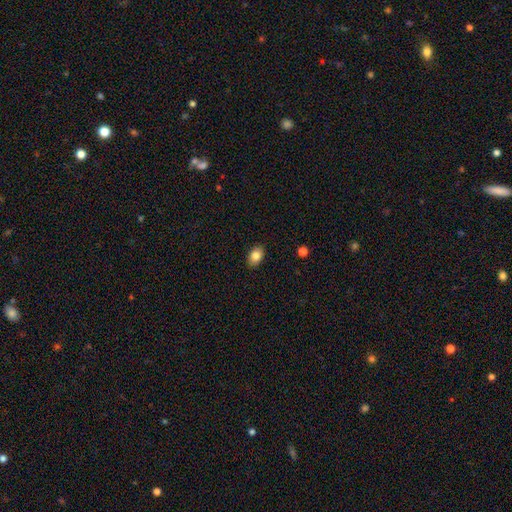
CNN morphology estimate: This appears to be a smooth galaxy with no disk features (83%) that is in between round and cigar-shaped (85%). Merging: none (89%).